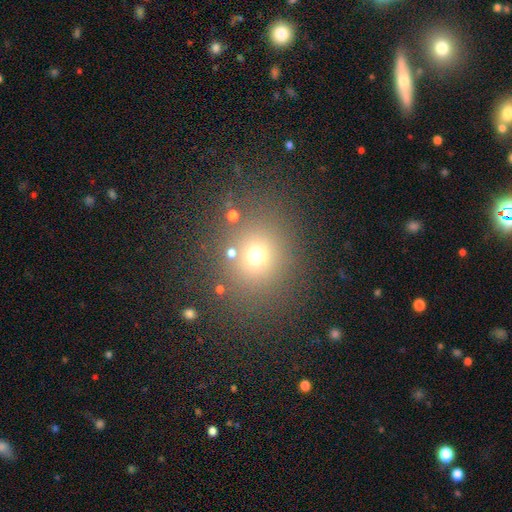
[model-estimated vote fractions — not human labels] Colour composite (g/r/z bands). It shows a smooth galaxy with no disk features (67%) that is round (80%). Merging: none (79%).